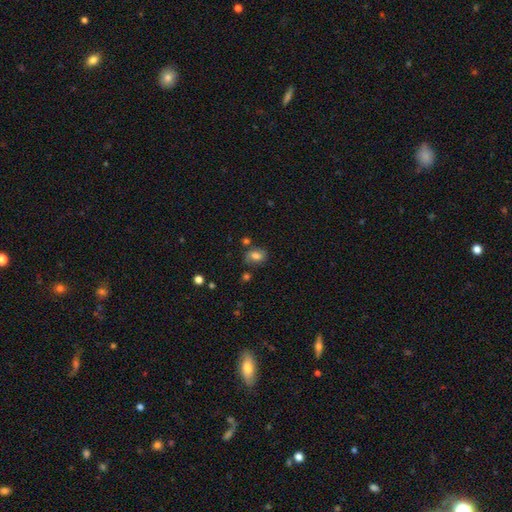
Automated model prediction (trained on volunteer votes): The model was most divided on "merging": none: 65%, minor disturbance: 19%, merger: 9%, major disturbance: 6%. More confident: how rounded — in between (72%); smooth or featured — smooth (72%).